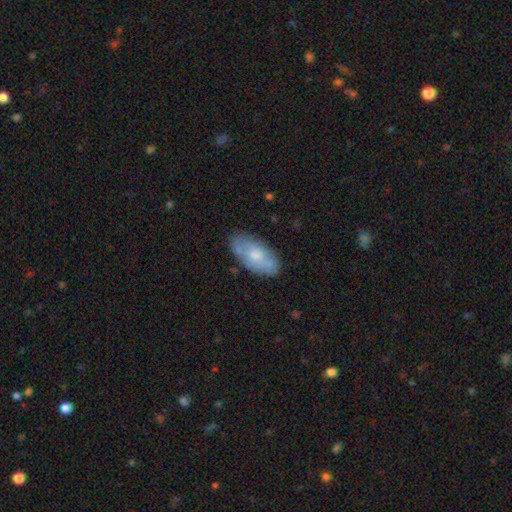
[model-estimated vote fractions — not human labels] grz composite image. It shows a smooth galaxy with no disk features (61%) that is in between round and cigar-shaped (93%). Merging: none (71%).